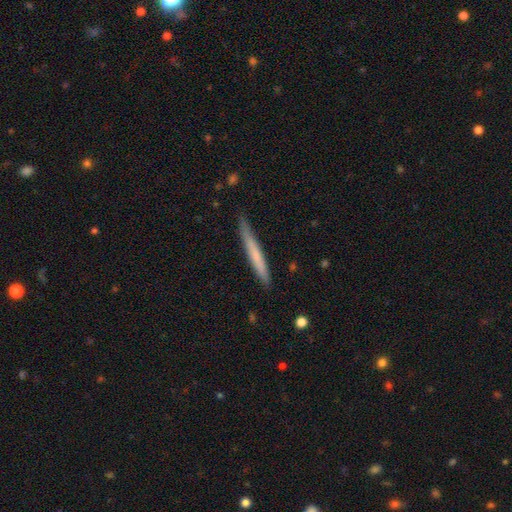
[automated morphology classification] type=smooth (63%); roundness=cigar-shaped (97%); merging=none (83%).